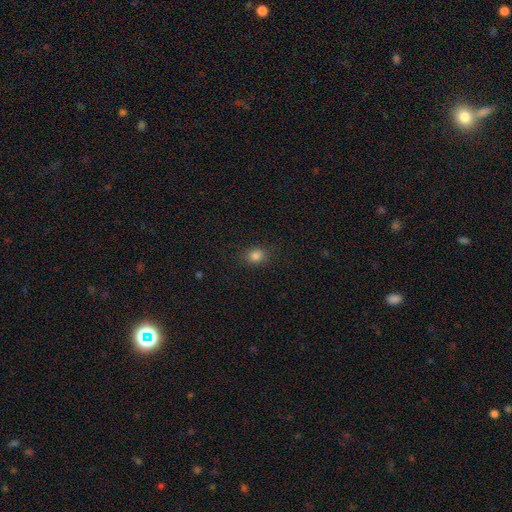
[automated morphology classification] Overall: smooth (83%). How rounded: round (65%; in between 34%). Merging: none (85%).